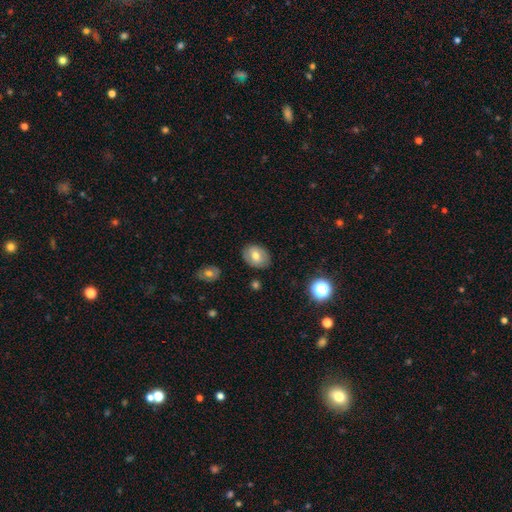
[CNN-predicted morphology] type=smooth (64%); roundness=in between (64%); merging=none (83%).